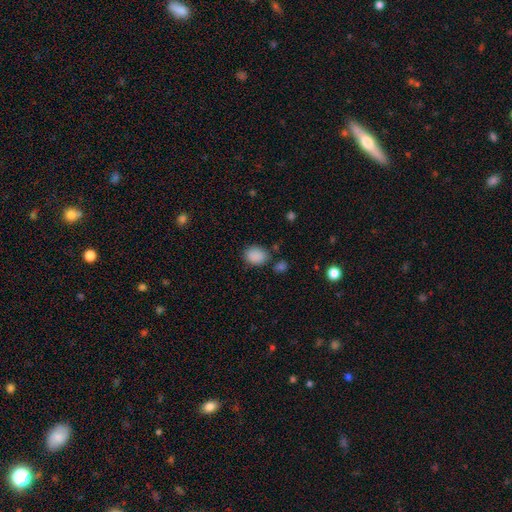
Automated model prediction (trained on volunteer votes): Smooth or featured: smooth — 87% (star or artifact — 9%)
How rounded: in between — 57% (round — 42%)
Merging: none — 76% (minor disturbance — 15%)